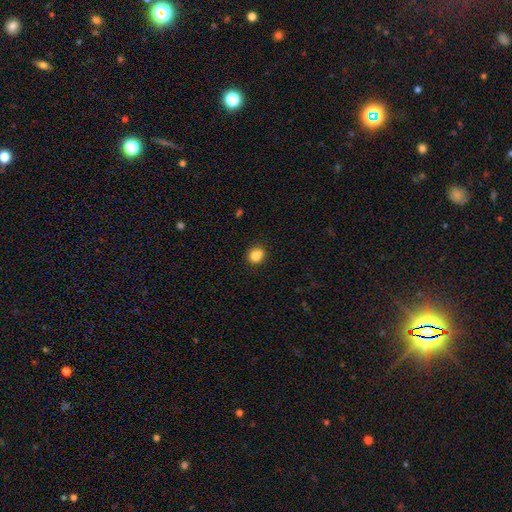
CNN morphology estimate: Q: Smooth or featured?
A: smooth (84%); runner-up: star or artifact (10%)
Q: How rounded?
A: round (78%); runner-up: in between (21%)
Q: Merging?
A: none (80%); runner-up: minor disturbance (15%)